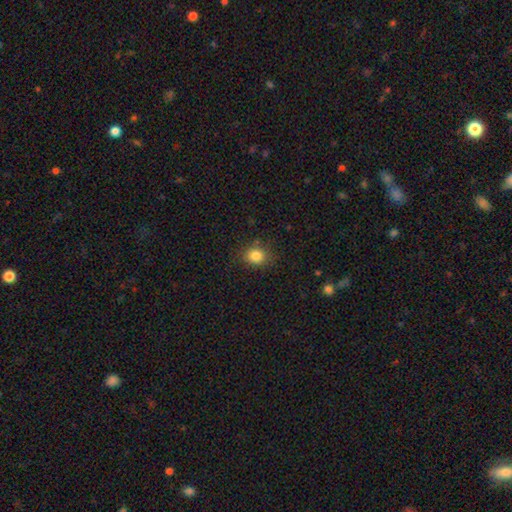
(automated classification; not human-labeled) Smooth or featured?
  - smooth: 84% *
  - star or artifact: 11%
  - featured or disk: 5%
How rounded?
  - round: 65% *
  - in between: 34%
  - cigar-shaped: 1%
Merging?
  - none: 83% *
  - minor disturbance: 12%
  - major disturbance: 3%
  - merger: 2%